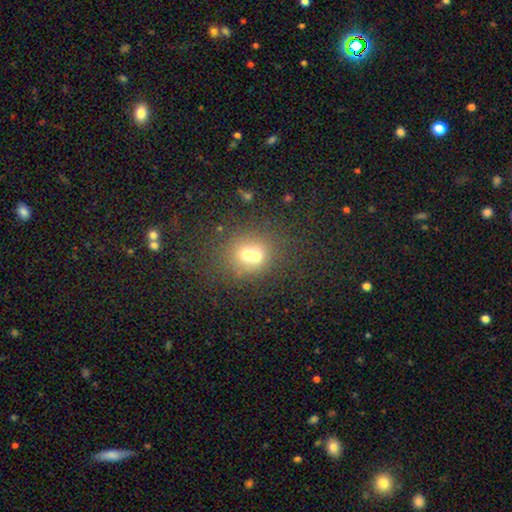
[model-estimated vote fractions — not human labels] Overall: smooth (60%; featured or disk 24%). How rounded: round (74%). Merging: merger (57%; none 33%).